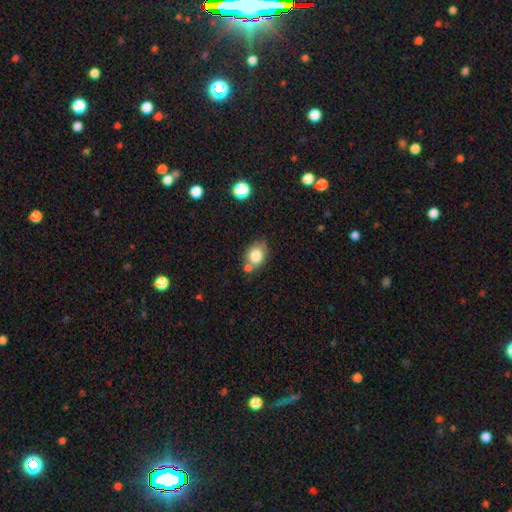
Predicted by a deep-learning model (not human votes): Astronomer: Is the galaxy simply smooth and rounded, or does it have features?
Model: smooth — 80%.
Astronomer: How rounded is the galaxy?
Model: in between — 61% (runner-up: round, 38%).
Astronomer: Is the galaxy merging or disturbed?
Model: none — 53%.